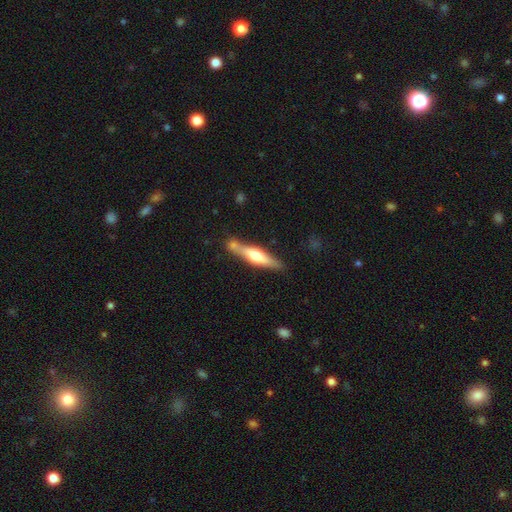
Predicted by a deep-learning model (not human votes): Smooth or featured?
  - featured or disk: 59% *
  - smooth: 36%
  - star or artifact: 5%
Edge-on disk?
  - yes: 95% *
  - no: 5%
Edge-on bulge?
  - rounded: 86% *
  - boxy: 10%
  - none: 4%
Merging?
  - none: 73% *
  - minor disturbance: 14%
  - merger: 10%
  - major disturbance: 3%